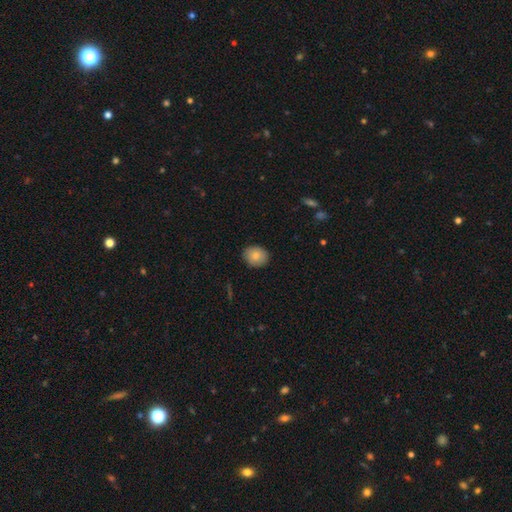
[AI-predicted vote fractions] Smooth or featured? smooth (84%)
How rounded? round (55%)
Merging? none (88%)